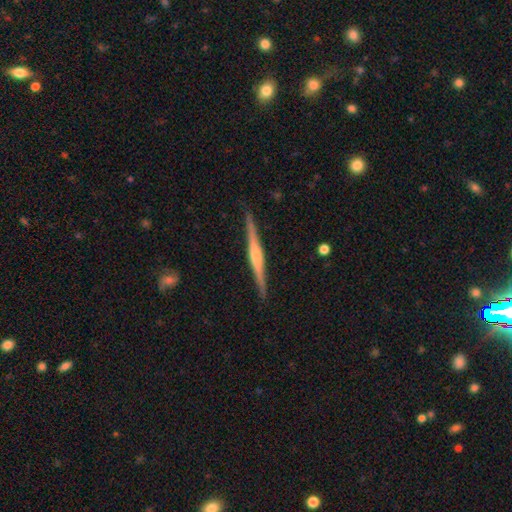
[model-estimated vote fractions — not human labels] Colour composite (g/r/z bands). It shows a featured or disk galaxy (77%) viewed edge-on (98%) with a rounded central bulge (64%). Merging: none (90%).